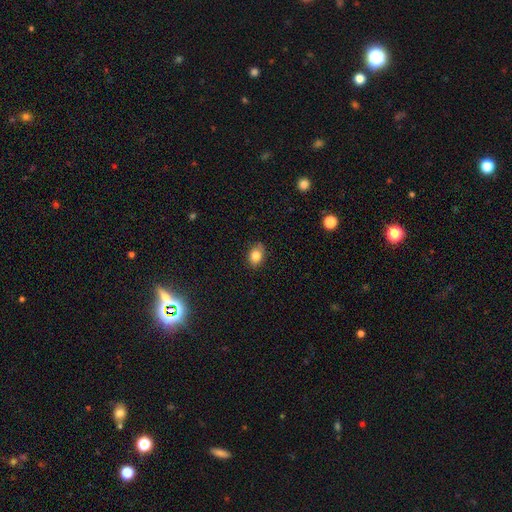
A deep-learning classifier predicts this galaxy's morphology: Smooth or featured?
  - smooth: 82% *
  - star or artifact: 10%
  - featured or disk: 8%
How rounded?
  - in between: 68% *
  - round: 31%
  - cigar-shaped: 1%
Merging?
  - none: 79% *
  - minor disturbance: 17%
  - major disturbance: 3%
  - merger: 1%